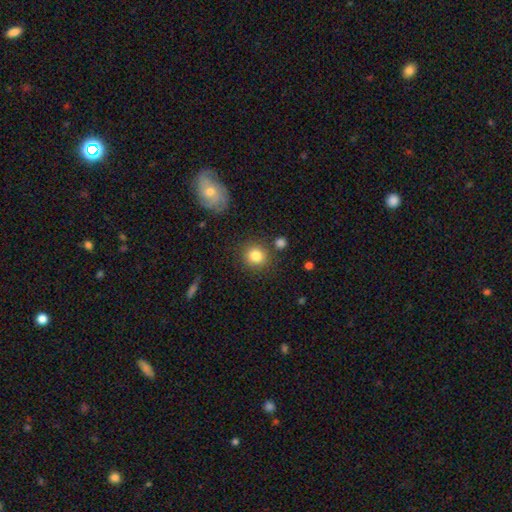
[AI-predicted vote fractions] Q: Smooth or featured?
A: smooth (83%); runner-up: star or artifact (10%)
Q: How rounded?
A: round (86%); runner-up: in between (13%)
Q: Merging?
A: none (82%); runner-up: minor disturbance (9%)